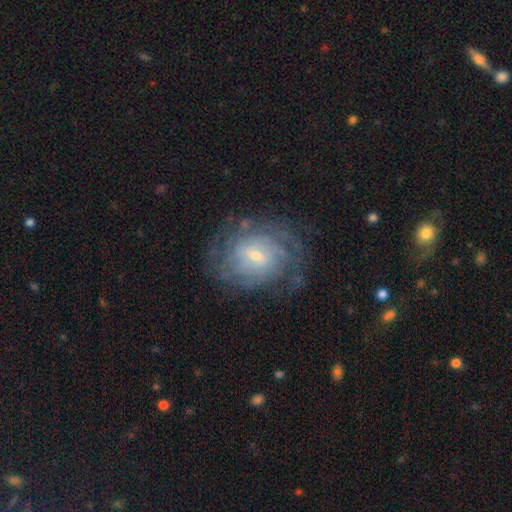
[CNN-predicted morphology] A featured or disk galaxy (81%) with a weak bar (51%), tight (69%) spiral arms (92%) and a small central bulge (66%). Merging: none (74%).